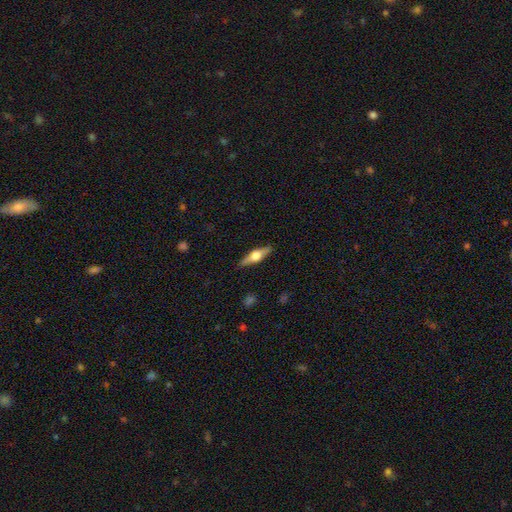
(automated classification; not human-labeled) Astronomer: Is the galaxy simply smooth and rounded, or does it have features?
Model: featured or disk — 67%.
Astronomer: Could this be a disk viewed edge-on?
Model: yes — 97%.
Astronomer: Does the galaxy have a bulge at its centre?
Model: rounded — 94%.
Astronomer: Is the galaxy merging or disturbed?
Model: none — 89%.